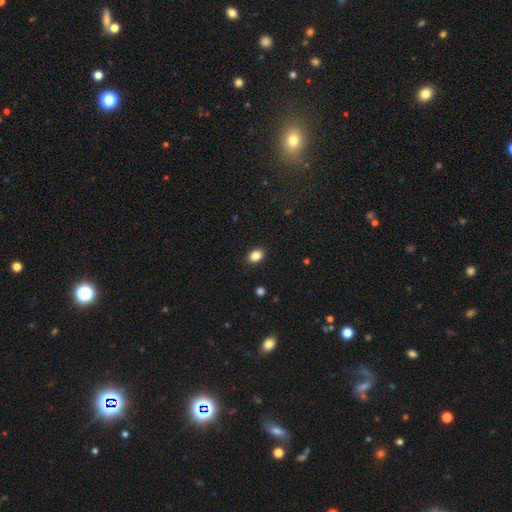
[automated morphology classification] This is clearly a smooth galaxy (86%). How rounded: likely in between (72%). Merging: clearly none (89%).